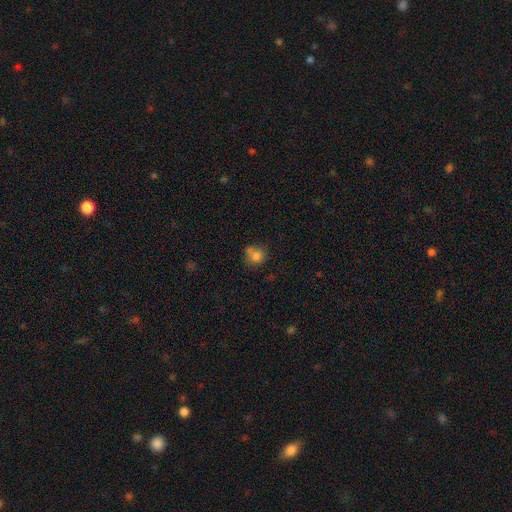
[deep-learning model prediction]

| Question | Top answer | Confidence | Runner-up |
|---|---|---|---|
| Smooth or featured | smooth | 79% | star or artifact (11%) |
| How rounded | round | 81% | in between (18%) |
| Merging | none | 53% | merger (22%) |